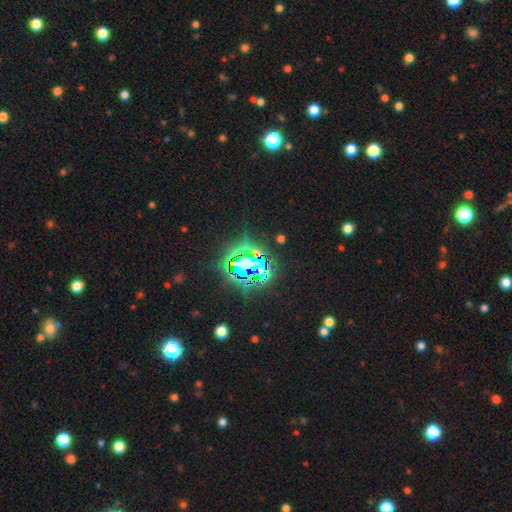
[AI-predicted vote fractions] The model was most divided on "smooth or featured": star or artifact: 76%, smooth: 14%, featured or disk: 10%.